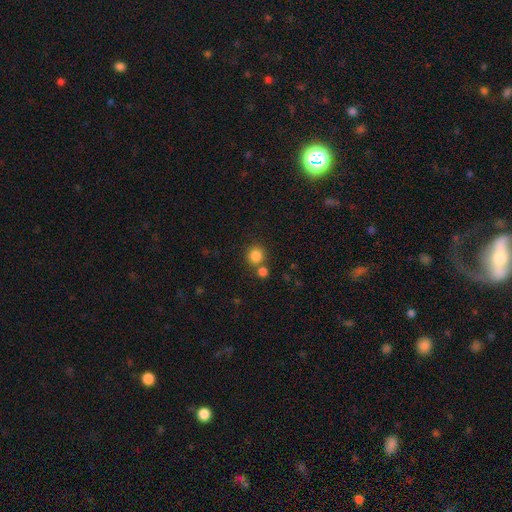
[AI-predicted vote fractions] Morphology: type=smooth (84%); roundness=round (91%); merging=none (68%).